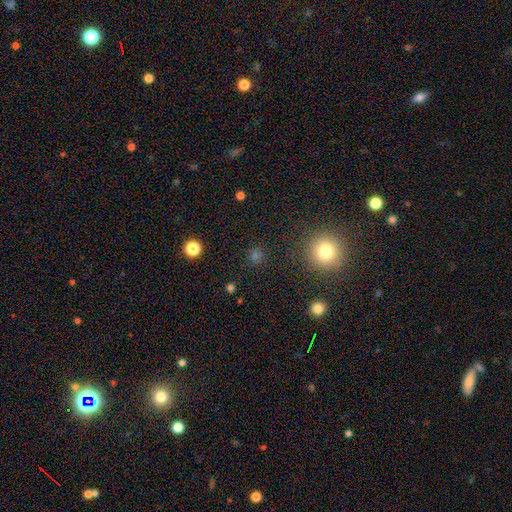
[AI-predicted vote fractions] Smooth or featured? Predicted: smooth (p=0.67). How rounded? Predicted: round (p=0.93). Merging? Predicted: none (p=0.89).